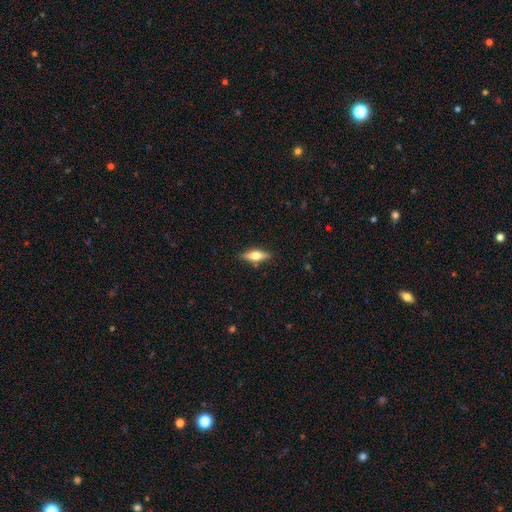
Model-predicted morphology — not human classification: type=smooth (55%); roundness=in between (52%); merging=none (86%).